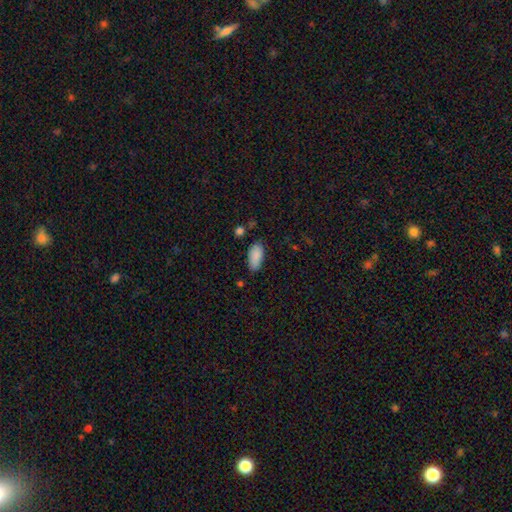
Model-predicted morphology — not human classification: The model was most divided on "merging": none: 77%, minor disturbance: 17%, major disturbance: 3%, merger: 3%. More confident: how rounded — in between (90%); smooth or featured — smooth (89%).